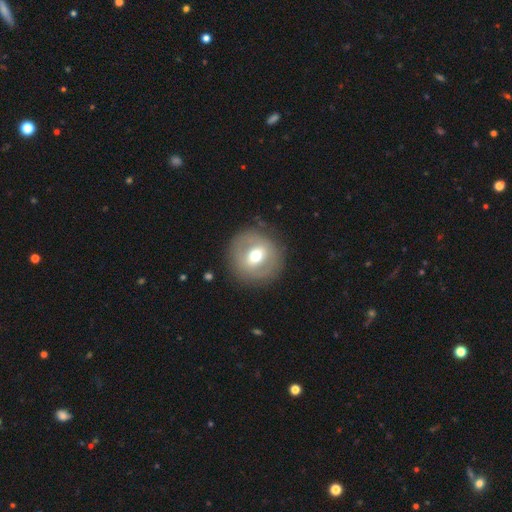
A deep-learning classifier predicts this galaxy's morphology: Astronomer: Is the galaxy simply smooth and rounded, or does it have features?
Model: smooth — 47% (runner-up: featured or disk, 45%).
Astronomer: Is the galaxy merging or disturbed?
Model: none — 84%.